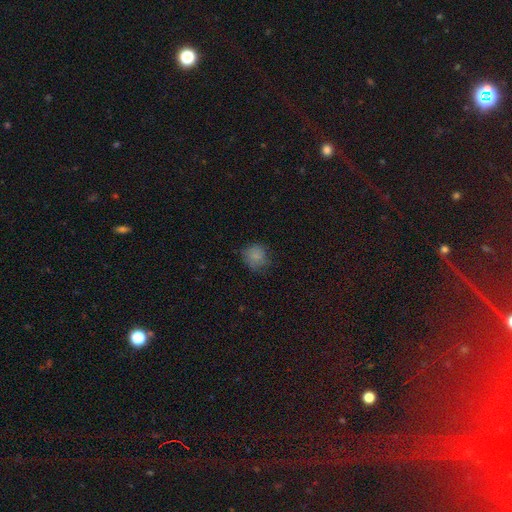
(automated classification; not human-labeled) This is clearly a smooth galaxy (81%). How rounded: clearly round (84%). Merging: likely none (70%).